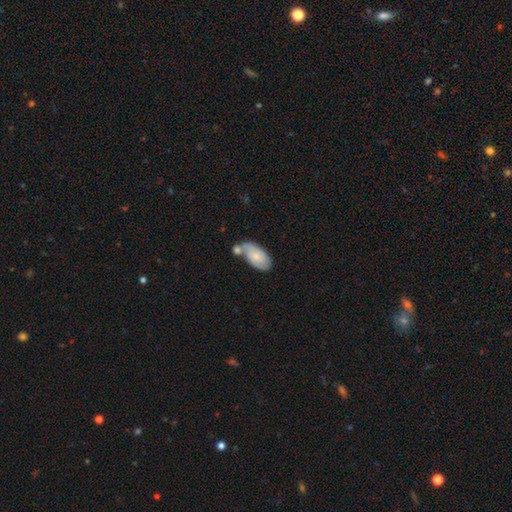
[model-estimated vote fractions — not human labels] smooth 61%, featured or disk 33%, star or artifact 6%. Down the decision tree: how rounded — in between (93%); merging — none (36%).